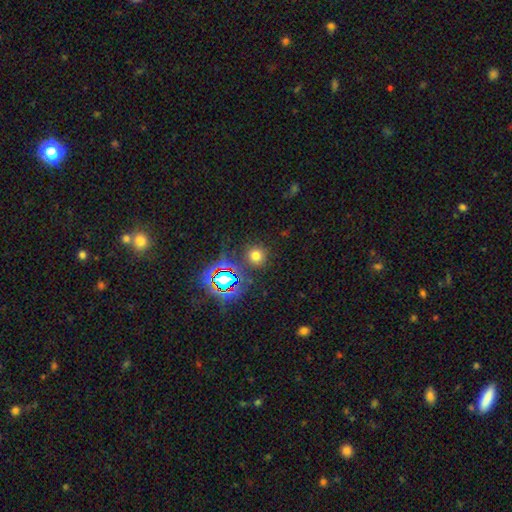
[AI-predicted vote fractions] Morphology: type=smooth (66%); roundness=round (92%); merging=none (84%).